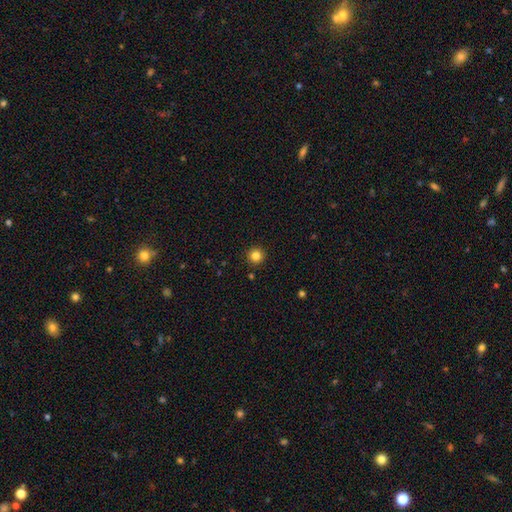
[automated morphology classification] type=smooth (83%); roundness=round (96%); merging=none (92%).